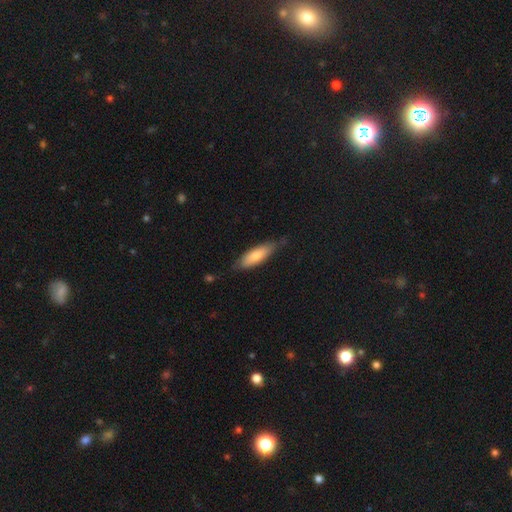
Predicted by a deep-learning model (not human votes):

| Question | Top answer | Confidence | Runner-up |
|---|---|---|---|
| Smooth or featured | smooth | 74% | featured or disk (21%) |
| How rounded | in between | 54% | cigar-shaped (44%) |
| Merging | none | 68% | minor disturbance (26%) |